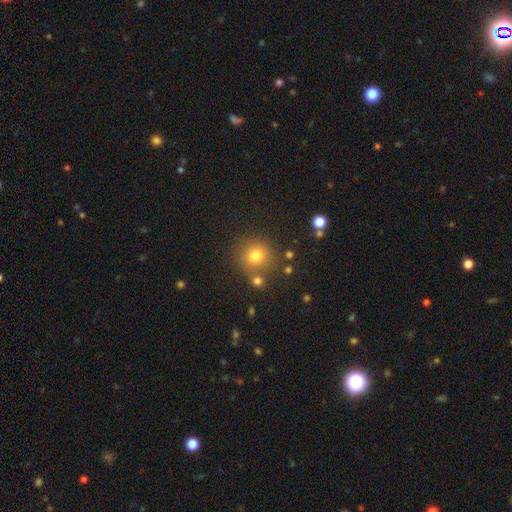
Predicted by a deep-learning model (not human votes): Morphology: type=smooth (76%); roundness=round (90%); merging=none (76%).